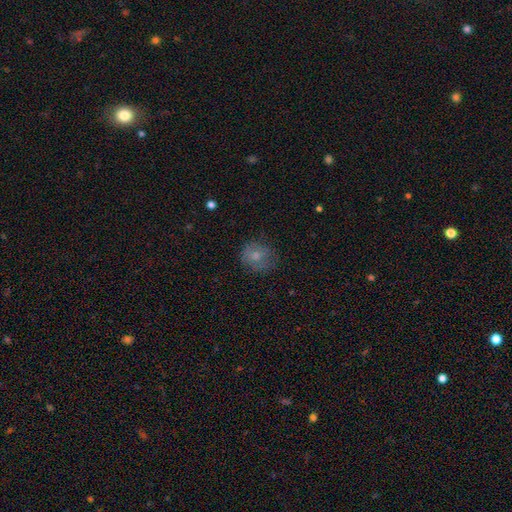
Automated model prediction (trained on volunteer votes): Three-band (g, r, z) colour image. It shows a smooth galaxy with no disk features (74%) that is round (75%). Merging: none (69%).